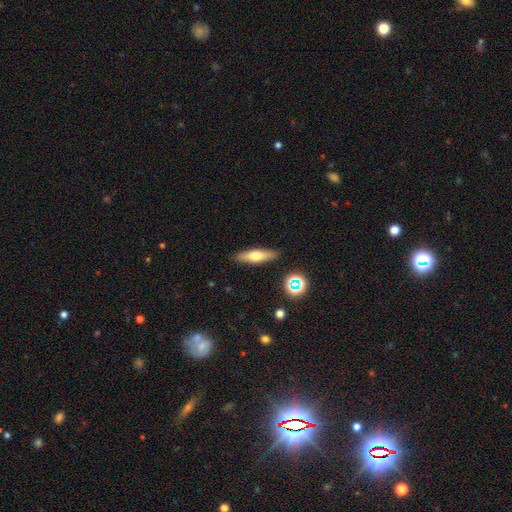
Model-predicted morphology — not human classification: Smooth or featured?
  - smooth: 57% *
  - featured or disk: 34%
  - star or artifact: 8%
How rounded?
  - cigar-shaped: 62% *
  - in between: 35%
  - round: 3%
Merging?
  - none: 88% *
  - minor disturbance: 8%
  - major disturbance: 2%
  - merger: 2%